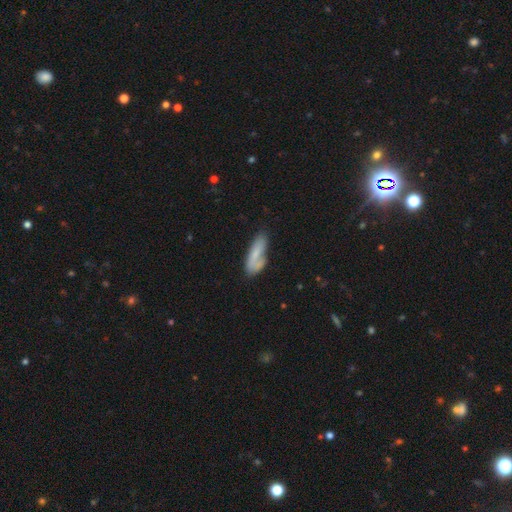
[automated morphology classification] Smooth or featured? Predicted: smooth (p=0.68). How rounded? Predicted: in between (p=0.59). Merging? Predicted: none (p=0.51).